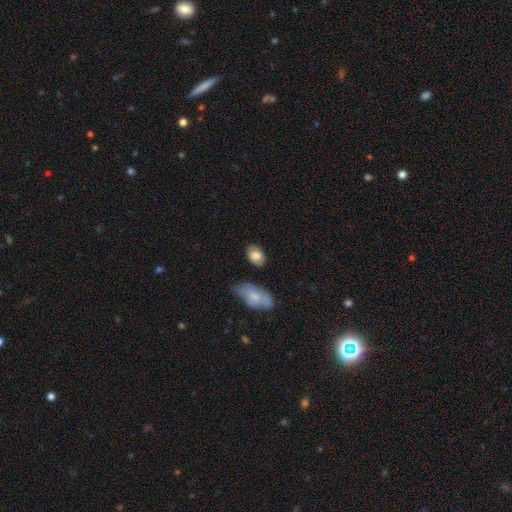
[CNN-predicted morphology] Overall: smooth (78%). How rounded: in between (82%). Merging: none (77%).